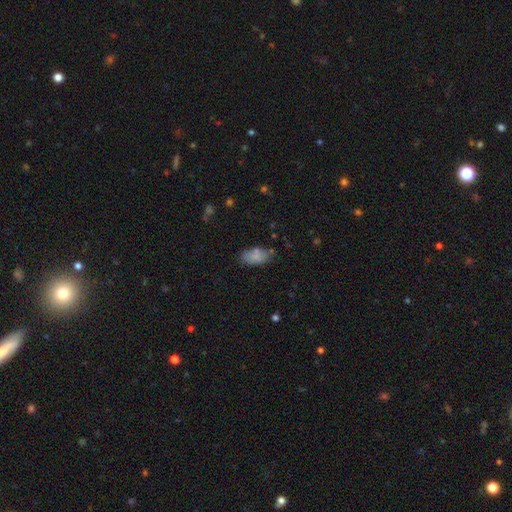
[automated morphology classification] A smooth galaxy with no disk features (80%) that is in between round and cigar-shaped (92%). Merging: none (67%).